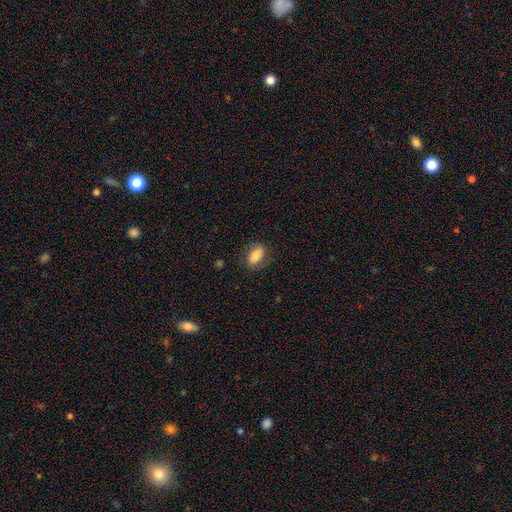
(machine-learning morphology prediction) Overall: smooth (75%). How rounded: in between (84%). Merging: none (79%).